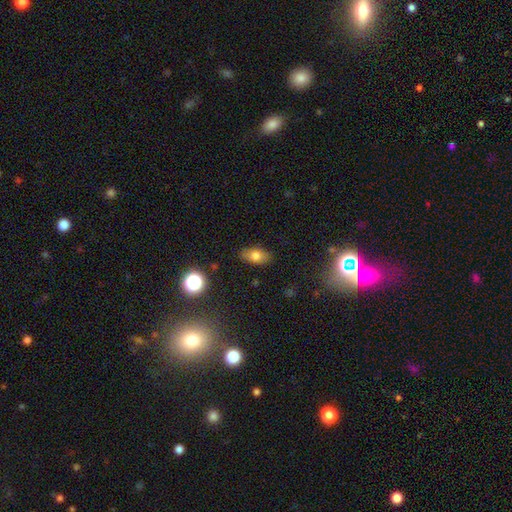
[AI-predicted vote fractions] Morphology: type=smooth (76%); roundness=in between (87%); merging=none (84%).